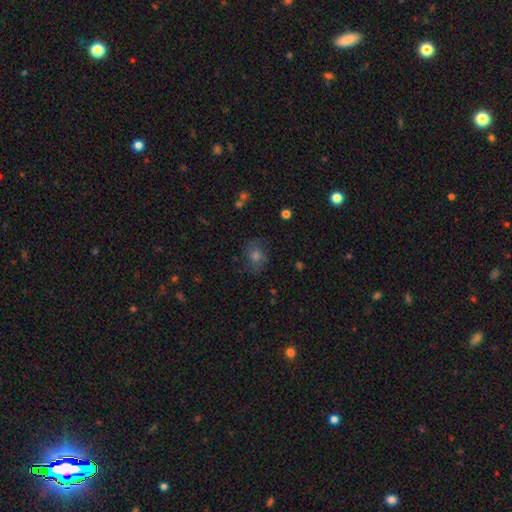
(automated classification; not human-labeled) This is marginally a smooth galaxy (45%). Merging: likely none (73%).